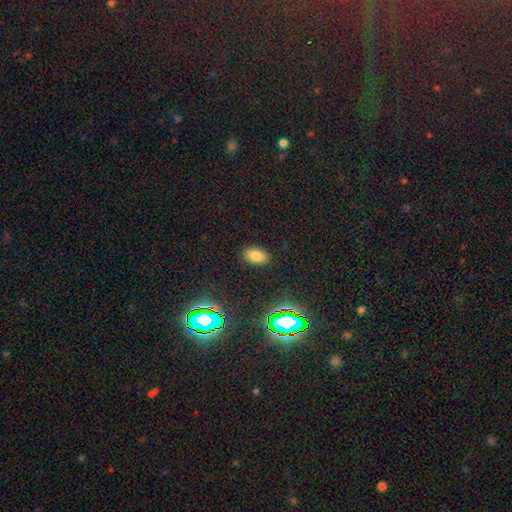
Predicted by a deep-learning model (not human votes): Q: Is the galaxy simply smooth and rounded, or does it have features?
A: smooth — 75%.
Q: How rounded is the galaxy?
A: in between — 92%.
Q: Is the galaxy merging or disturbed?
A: none — 87%.